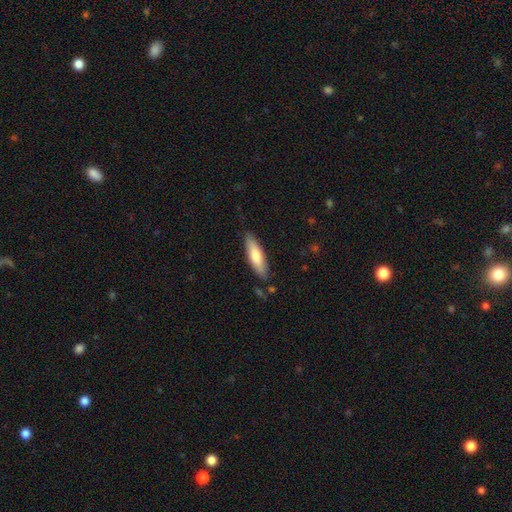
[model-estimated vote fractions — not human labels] This appears to be a smooth galaxy with no disk features (72%) that is cigar-shaped (60%). Merging: none (84%).